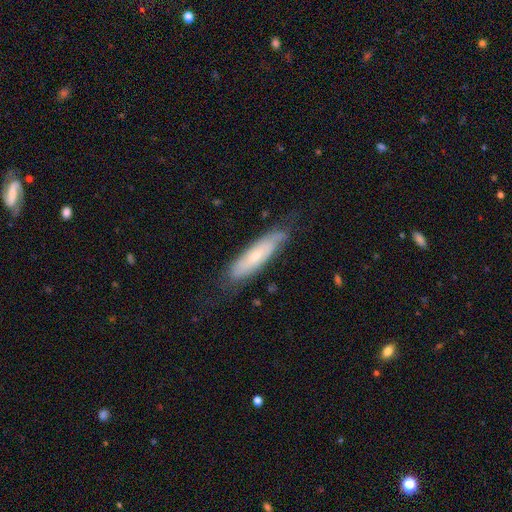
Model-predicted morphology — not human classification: Smooth or featured? Predicted: smooth (p=0.48). Merging? Predicted: none (p=0.67).